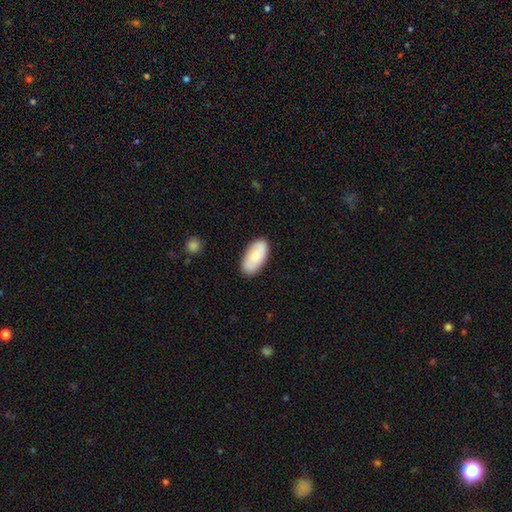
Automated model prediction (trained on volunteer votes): A smooth galaxy with no disk features (71%) that is in between round and cigar-shaped (94%). Merging: none (85%).